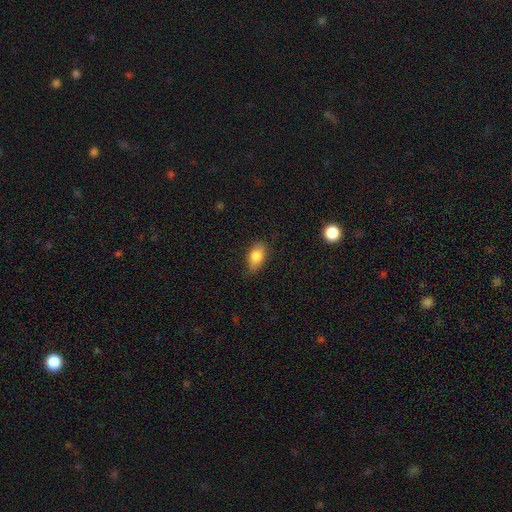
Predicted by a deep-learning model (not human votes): A smooth galaxy with no disk features (80%) that is in between round and cigar-shaped (87%).

Vote fractions:
- Smooth or featured? smooth: 80% / featured or disk: 13% / star or artifact: 8%
- How rounded? in between: 87% / round: 9% / cigar-shaped: 4%
- Merging? none: 79% / minor disturbance: 17% / major disturbance: 3% / merger: 1%